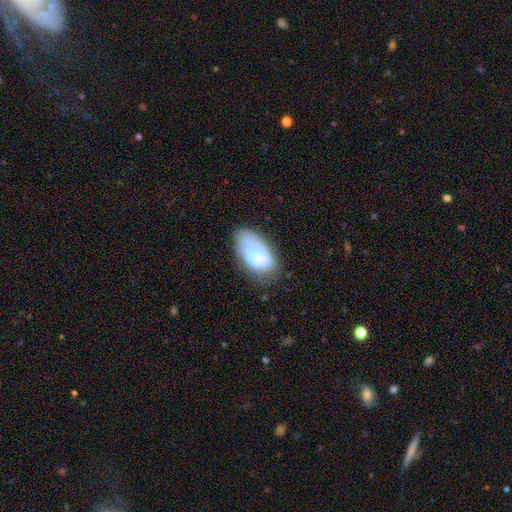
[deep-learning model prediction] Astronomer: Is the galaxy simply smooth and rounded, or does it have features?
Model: smooth — 53% (runner-up: featured or disk, 38%).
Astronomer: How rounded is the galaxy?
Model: in between — 93%.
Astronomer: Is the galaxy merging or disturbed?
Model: none — 51% (runner-up: minor disturbance, 29%).